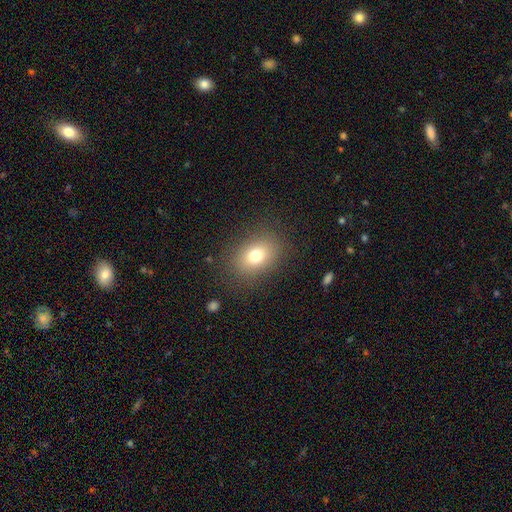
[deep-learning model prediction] Smooth or featured: smooth — 75% (star or artifact — 13%)
How rounded: in between — 67% (round — 32%)
Merging: none — 84% (minor disturbance — 10%)